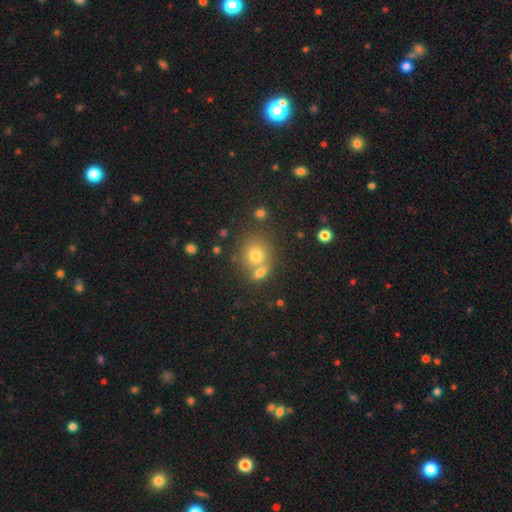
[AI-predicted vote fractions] Morphology: type=smooth (73%); roundness=round (76%); merging=none (50%).